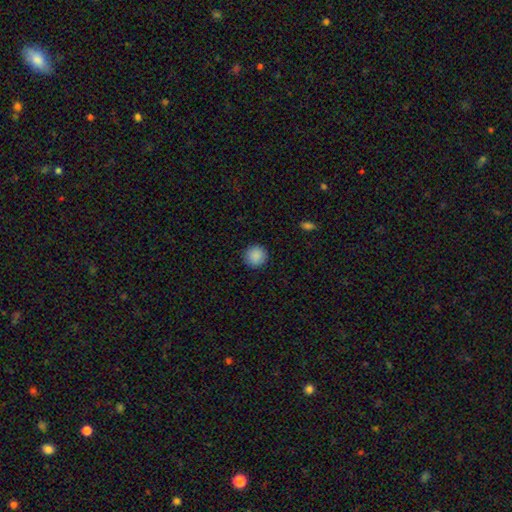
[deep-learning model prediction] Smooth or featured? Predicted: smooth (p=0.89). How rounded? Predicted: round (p=0.95). Merging? Predicted: none (p=0.92).